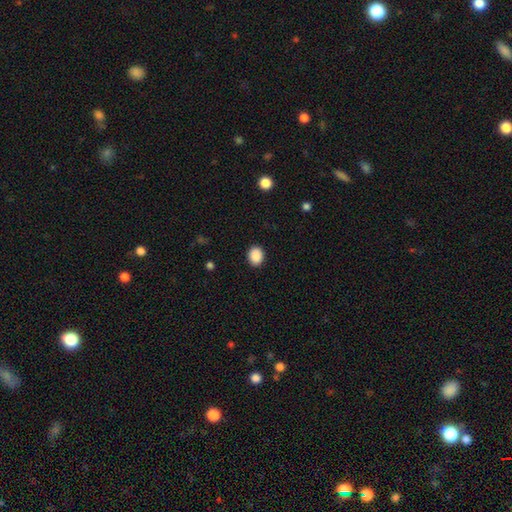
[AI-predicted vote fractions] Morphology: type=smooth (90%); roundness=in between (51%); merging=none (90%).